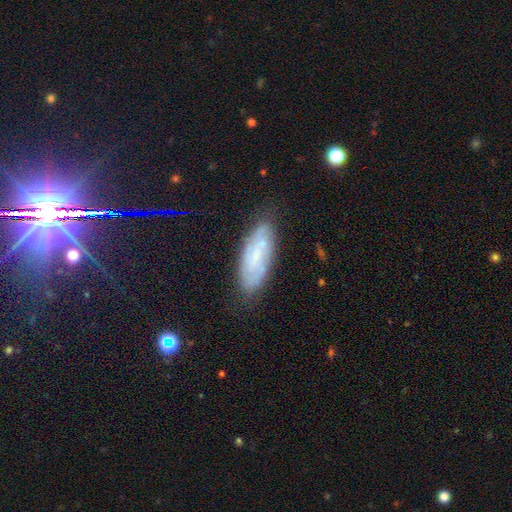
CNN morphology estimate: smooth_or_featured: featured or disk (p=0.59) [alt: smooth p=0.31]
disk_edge_on: no (p=0.84) [alt: yes p=0.16]
merging: none (p=0.76) [alt: minor disturbance p=0.18]